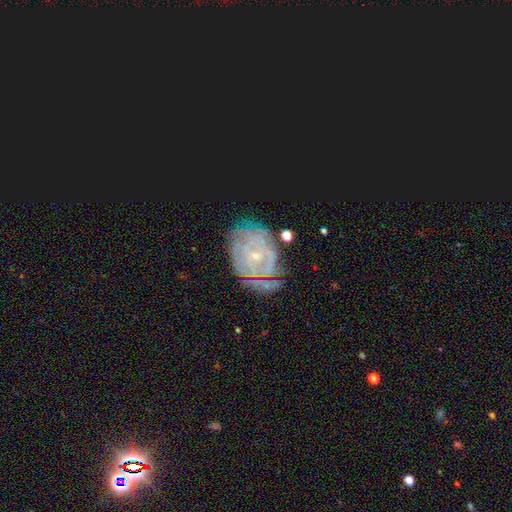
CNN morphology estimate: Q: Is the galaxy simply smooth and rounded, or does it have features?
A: featured or disk — 73%.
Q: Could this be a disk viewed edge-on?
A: no — 97%.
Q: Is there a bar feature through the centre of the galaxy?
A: no — 65%.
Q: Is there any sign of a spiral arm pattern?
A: yes — 90%.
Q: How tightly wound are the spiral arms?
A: tight — 77%.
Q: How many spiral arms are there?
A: can't tell — 45%.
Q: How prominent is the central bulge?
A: small — 81%.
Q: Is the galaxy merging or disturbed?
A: none — 67%.